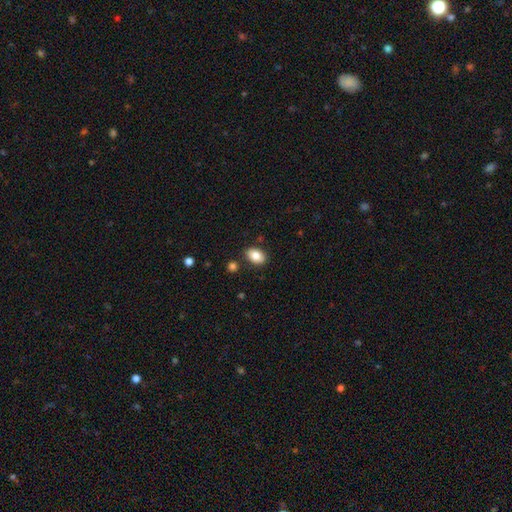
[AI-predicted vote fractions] Q: Smooth or featured?
A: smooth (83%); runner-up: featured or disk (9%)
Q: How rounded?
A: in between (84%); runner-up: round (15%)
Q: Merging?
A: none (84%); runner-up: minor disturbance (10%)